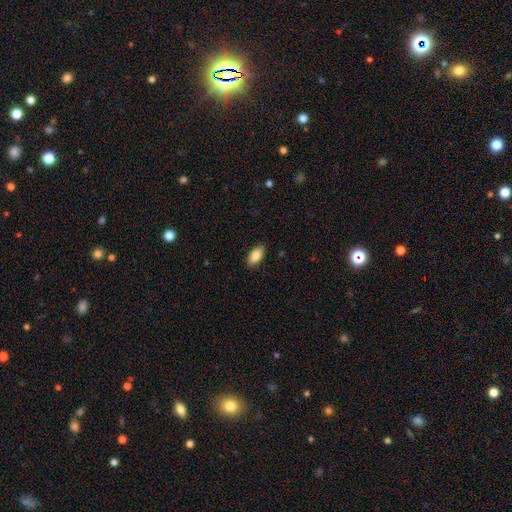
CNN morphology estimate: Smooth or featured? Predicted: smooth (p=0.88). How rounded? Predicted: in between (p=0.93). Merging? Predicted: none (p=0.86).